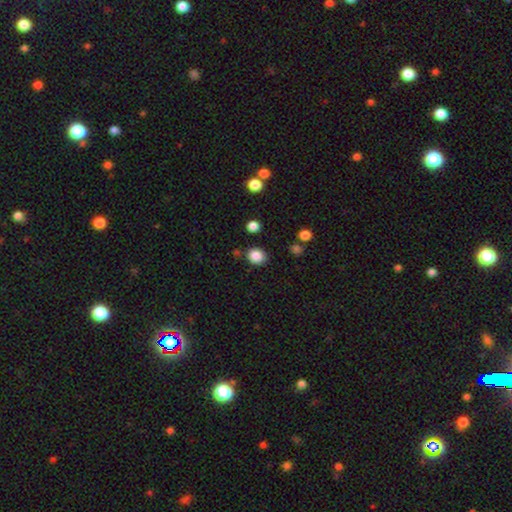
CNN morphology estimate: Smooth or featured? Predicted: smooth (p=0.86). How rounded? Predicted: round (p=0.72). Merging? Predicted: none (p=0.83).